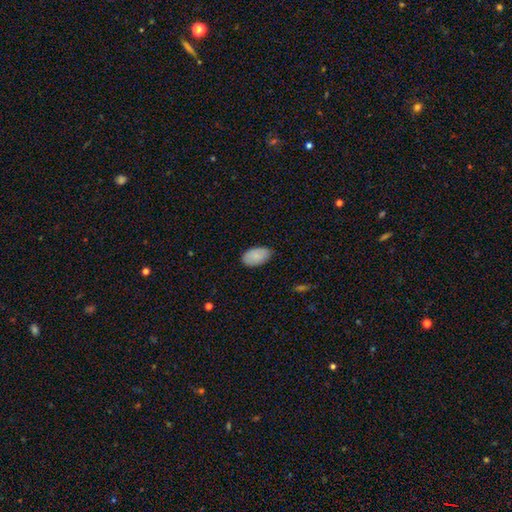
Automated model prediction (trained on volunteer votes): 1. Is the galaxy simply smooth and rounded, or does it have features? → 87% smooth, 7% featured or disk, 6% star or artifact.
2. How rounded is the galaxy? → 94% in between, 4% round, 1% cigar-shaped.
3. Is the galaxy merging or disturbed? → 81% none, 16% minor disturbance, 2% major disturbance, 1% merger.